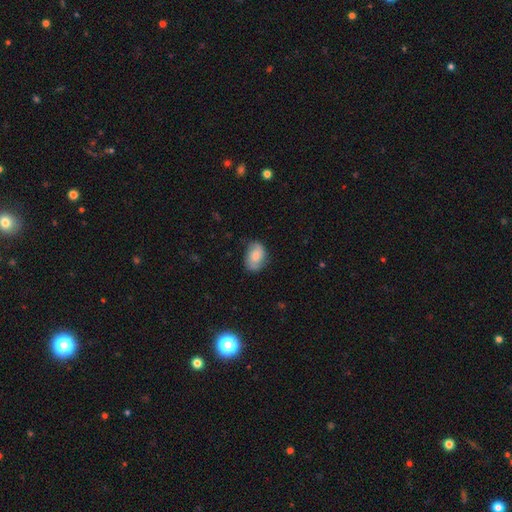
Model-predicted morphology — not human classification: A smooth galaxy with no disk features (59%) that is in between round and cigar-shaped (83%).

Vote fractions:
- Smooth or featured? smooth: 59% / featured or disk: 33% / star or artifact: 8%
- How rounded? in between: 83% / round: 16% / cigar-shaped: 1%
- Merging? none: 70% / minor disturbance: 22% / major disturbance: 6% / merger: 1%